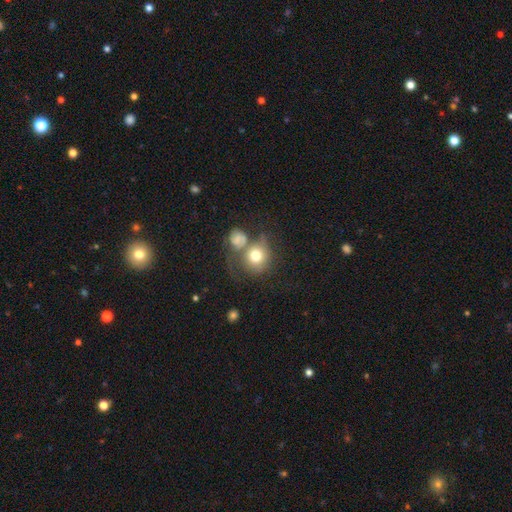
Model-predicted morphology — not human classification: smooth 72%, featured or disk 19%, star or artifact 9%. Down the decision tree: how rounded — round (82%); merging — merger (36%, tied with none).